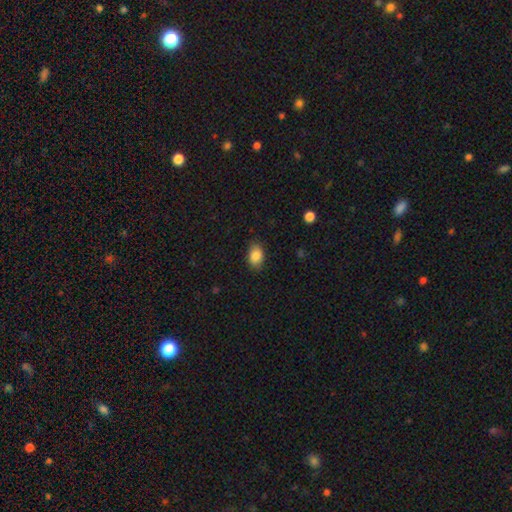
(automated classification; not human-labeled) Smooth or featured: smooth — 87% (star or artifact — 8%)
How rounded: in between — 84% (round — 15%)
Merging: none — 84% (minor disturbance — 13%)